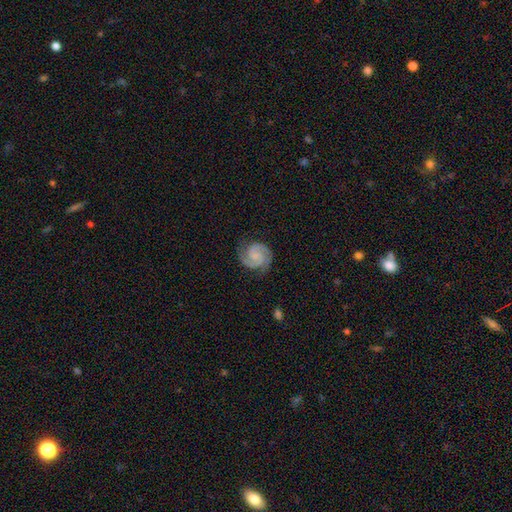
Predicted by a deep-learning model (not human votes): Smooth or featured? Predicted: featured or disk (p=0.91). Edge-on disk? Predicted: no (p=0.98). Bar? Predicted: no (p=0.56). Spiral arms? Predicted: yes (p=0.99). Spiral winding? Predicted: tight (p=0.58). Spiral arm count? Predicted: 2 (p=0.93). Bulge size? Predicted: none (p=0.45). Merging? Predicted: none (p=0.83).